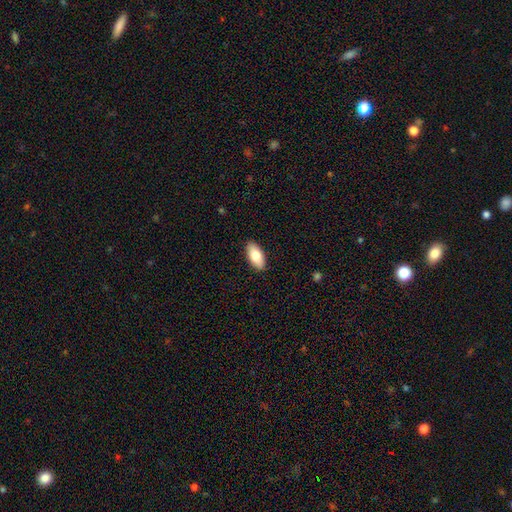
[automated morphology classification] Smooth or featured? Predicted: smooth (p=0.81). How rounded? Predicted: in between (p=0.91). Merging? Predicted: none (p=0.89).